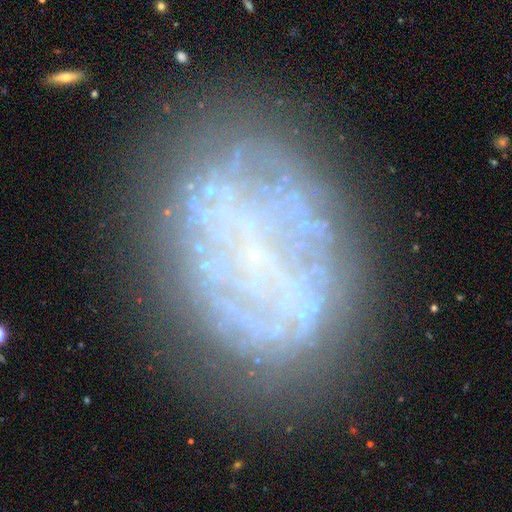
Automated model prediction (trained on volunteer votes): Smooth or featured?
  - featured or disk: 62% *
  - smooth: 21%
  - star or artifact: 17%
Edge-on disk?
  - no: 97% *
  - yes: 3%
Bar?
  - no: 82% *
  - weak: 13%
  - strong: 5%
Spiral arms?
  - no: 70% *
  - yes: 30%
Bulge size?
  - none: 66% *
  - small: 23%
  - moderate: 8%
  - large: 2%
  - dominant: 2%
Merging?
  - none: 64% *
  - minor disturbance: 19%
  - major disturbance: 15%
  - merger: 3%